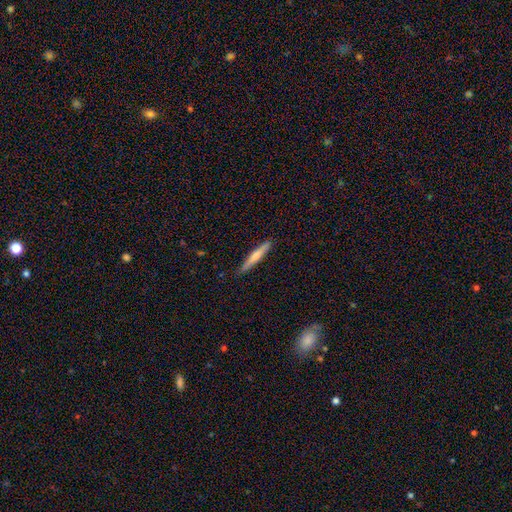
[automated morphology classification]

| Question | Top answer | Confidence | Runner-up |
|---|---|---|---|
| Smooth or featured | featured or disk | 54% | smooth (40%) |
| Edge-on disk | yes | 97% | no (3%) |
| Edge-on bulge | rounded | 77% | none (18%) |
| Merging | none | 90% | minor disturbance (8%) |